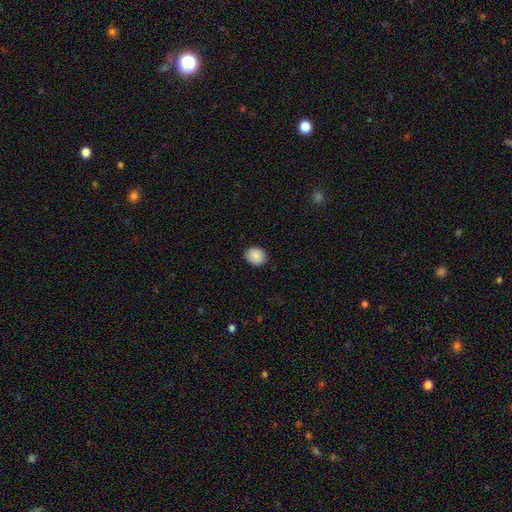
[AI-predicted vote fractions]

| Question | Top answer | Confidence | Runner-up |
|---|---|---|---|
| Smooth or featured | smooth | 89% | star or artifact (8%) |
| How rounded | round | 73% | in between (27%) |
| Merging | none | 89% | minor disturbance (8%) |